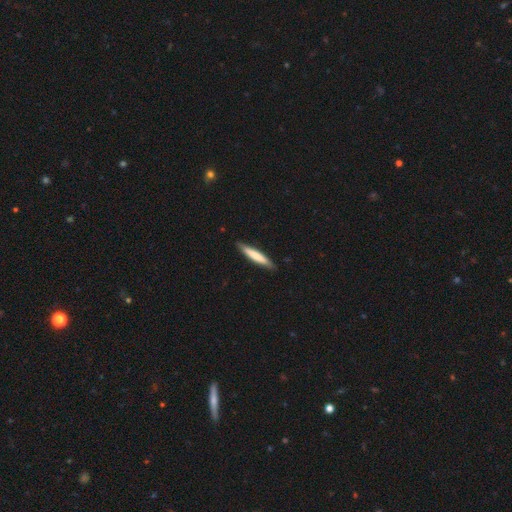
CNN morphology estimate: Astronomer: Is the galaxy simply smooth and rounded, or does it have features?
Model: smooth — 69%.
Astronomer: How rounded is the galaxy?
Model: cigar-shaped — 92%.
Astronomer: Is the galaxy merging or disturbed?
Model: none — 87%.